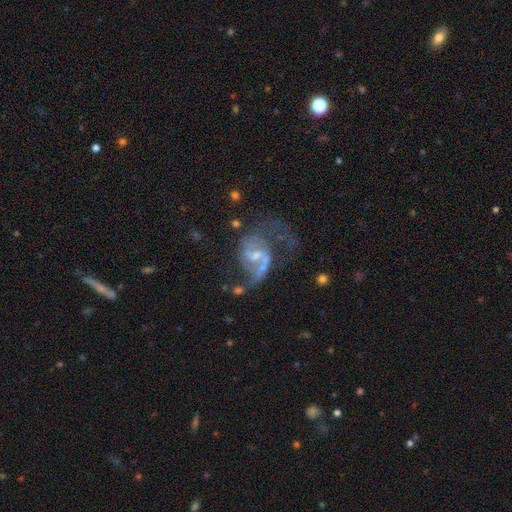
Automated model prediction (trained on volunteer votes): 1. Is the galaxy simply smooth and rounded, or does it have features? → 83% featured or disk, 9% smooth, 9% star or artifact.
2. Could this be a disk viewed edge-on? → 98% no, 2% yes.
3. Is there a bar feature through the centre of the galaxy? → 48% weak, 40% no, 13% strong.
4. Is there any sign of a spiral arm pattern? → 89% yes, 11% no.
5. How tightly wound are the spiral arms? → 50% loose, 39% medium, 11% tight.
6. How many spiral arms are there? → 70% 2, 18% 1, 7% can't tell, 2% 3, 1% 4, 1% more than 4.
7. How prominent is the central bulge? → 49% small, 37% moderate, 9% none, 3% large, 1% dominant.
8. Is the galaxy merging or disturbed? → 38% none, 31% major disturbance, 16% minor disturbance, 15% merger.